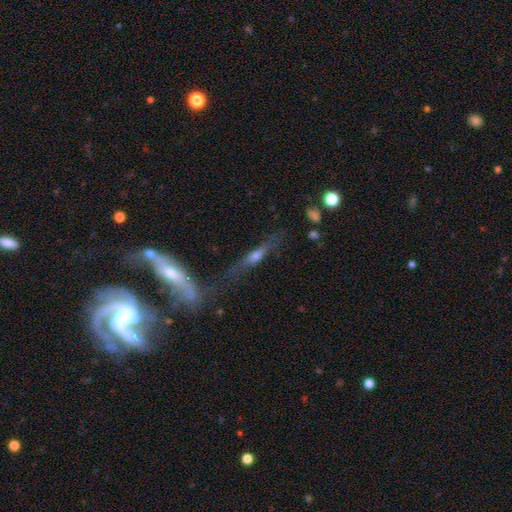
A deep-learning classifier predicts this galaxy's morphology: A featured or disk galaxy (65%) viewed edge-on (83%) with a rounded central bulge (79%). Merging: none (54%).